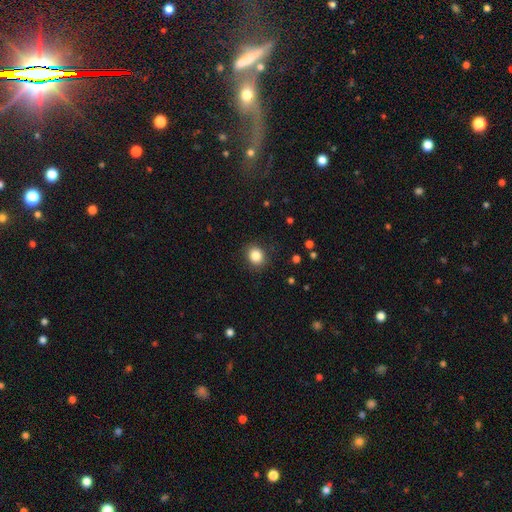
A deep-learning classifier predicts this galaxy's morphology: A smooth galaxy with no disk features (85%) that is round (70%).

Vote fractions:
- Smooth or featured? smooth: 85% / star or artifact: 10% / featured or disk: 5%
- How rounded? round: 70% / in between: 29% / cigar-shaped: 1%
- Merging? none: 88% / minor disturbance: 8% / major disturbance: 3% / merger: 1%